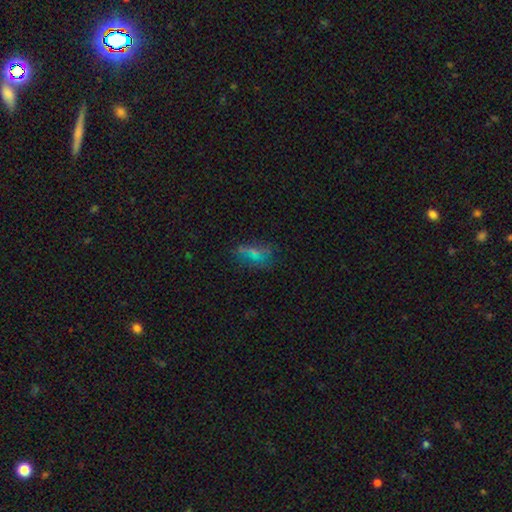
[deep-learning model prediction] Smooth or featured?
  - smooth: 44% *
  - star or artifact: 29%
  - featured or disk: 27%
Merging?
  - none: 53% *
  - minor disturbance: 23%
  - major disturbance: 18%
  - merger: 6%